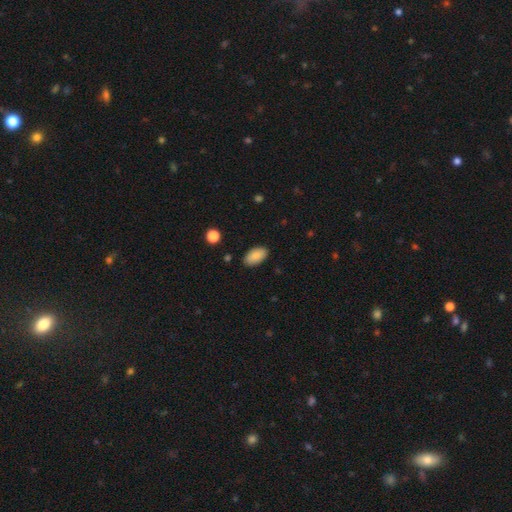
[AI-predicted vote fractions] A smooth galaxy with no disk features (88%) that is in between round and cigar-shaped (95%). Merging: none (87%).